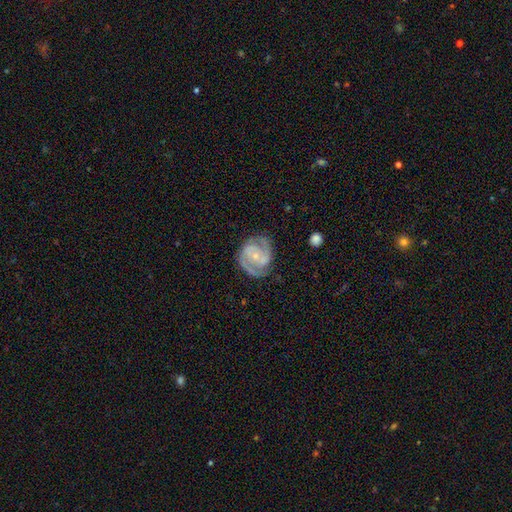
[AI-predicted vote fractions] smooth_or_featured: featured or disk (p=0.89) [alt: smooth p=0.07]
disk_edge_on: no (p=0.98) [alt: yes p=0.02]
bar: no (p=0.56) [alt: weak p=0.33]
has_spiral_arms: yes (p=0.97) [alt: no p=0.03]
spiral_winding: tight (p=0.48) [alt: medium p=0.44]
spiral_arm_count: 2 (p=0.83) [alt: 3 p=0.07]
bulge_size: small (p=0.69) [alt: moderate p=0.25]
merging: none (p=0.75) [alt: minor disturbance p=0.17]